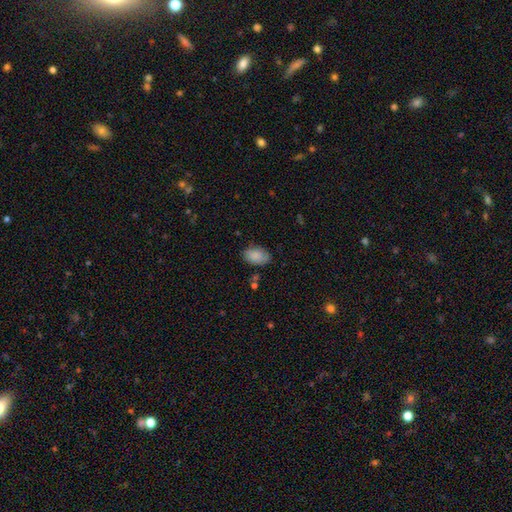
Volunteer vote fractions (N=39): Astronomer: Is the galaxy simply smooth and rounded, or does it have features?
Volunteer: smooth — 87%.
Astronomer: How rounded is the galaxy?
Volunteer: in between — 85%.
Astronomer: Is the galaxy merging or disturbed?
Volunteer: none — 64%.